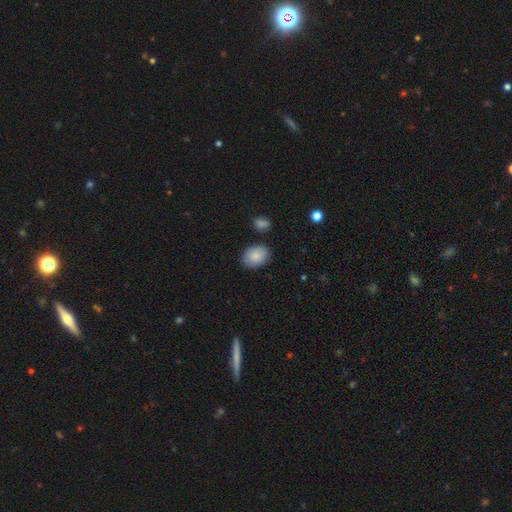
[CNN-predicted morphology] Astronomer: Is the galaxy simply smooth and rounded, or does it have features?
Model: smooth — 85%.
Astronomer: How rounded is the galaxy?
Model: in between — 80%.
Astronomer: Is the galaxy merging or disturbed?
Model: none — 82%.